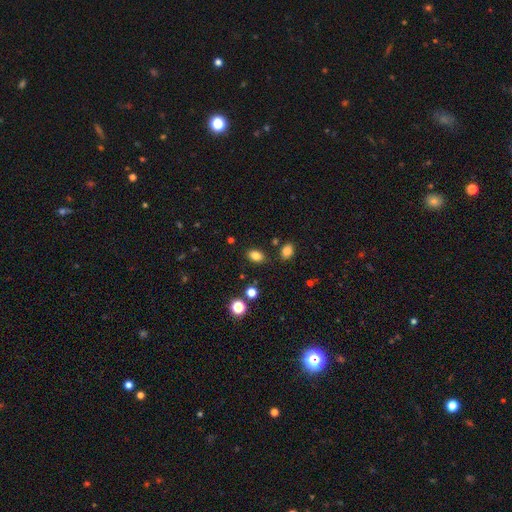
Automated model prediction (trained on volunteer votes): This is clearly a smooth galaxy (82%). How rounded: likely in between (80%). Merging: clearly none (82%).